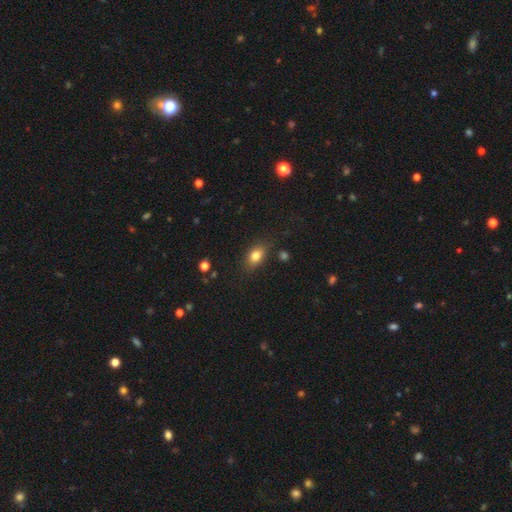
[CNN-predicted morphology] Smooth or featured: smooth — 81% (star or artifact — 10%)
How rounded: in between — 76% (round — 20%)
Merging: none — 79% (minor disturbance — 15%)